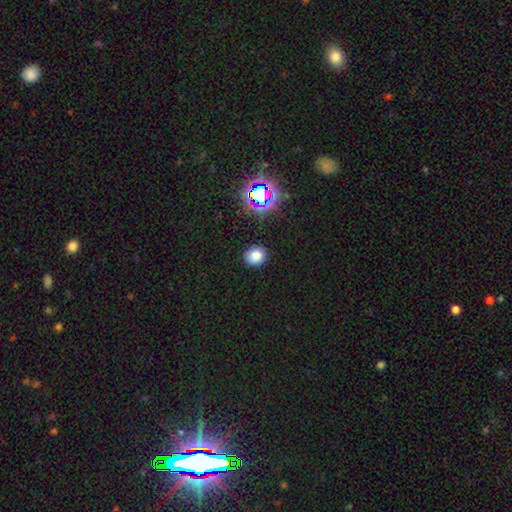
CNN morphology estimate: Smooth or featured: smooth — 78% (star or artifact — 16%)
How rounded: round — 74% (in between — 25%)
Merging: none — 88% (minor disturbance — 8%)